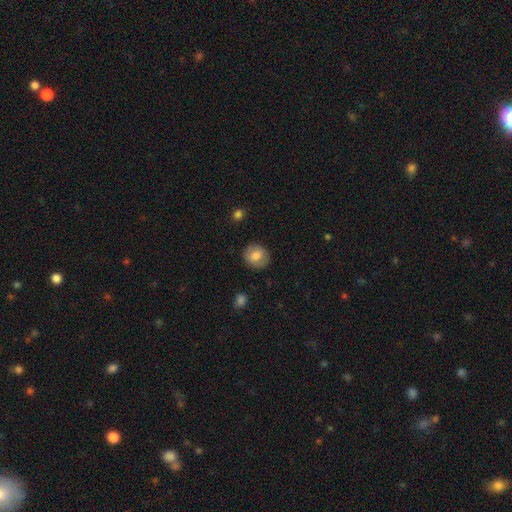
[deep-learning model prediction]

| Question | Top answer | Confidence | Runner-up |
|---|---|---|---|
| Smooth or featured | smooth | 77% | featured or disk (15%) |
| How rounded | round | 77% | in between (22%) |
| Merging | none | 86% | minor disturbance (10%) |